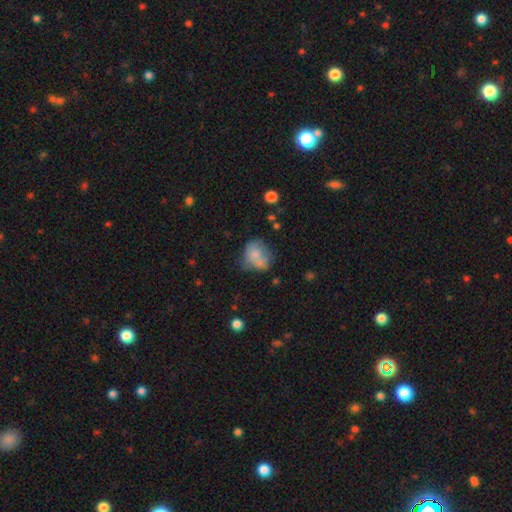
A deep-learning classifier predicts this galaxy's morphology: smooth 69%, featured or disk 22%, star or artifact 9%. Down the decision tree: how rounded — round (51%); merging — none (36%).